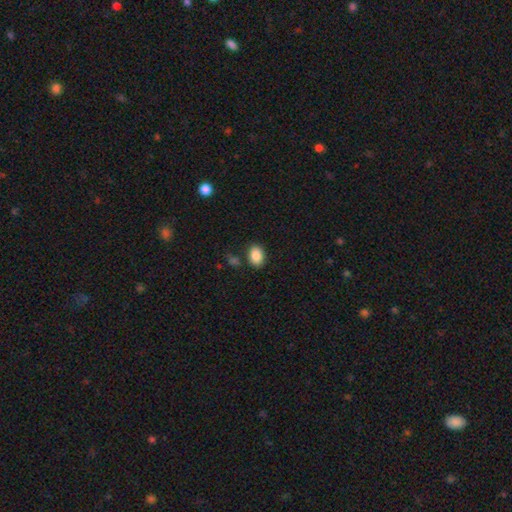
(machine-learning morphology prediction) Smooth or featured?
  - smooth: 87% *
  - star or artifact: 8%
  - featured or disk: 5%
How rounded?
  - in between: 78% *
  - round: 21%
  - cigar-shaped: 1%
Merging?
  - none: 83% *
  - minor disturbance: 10%
  - merger: 4%
  - major disturbance: 3%